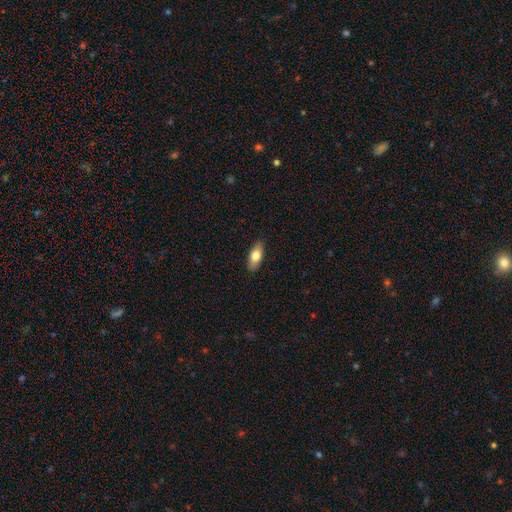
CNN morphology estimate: Overall: smooth (75%). How rounded: in between (80%). Merging: none (88%).